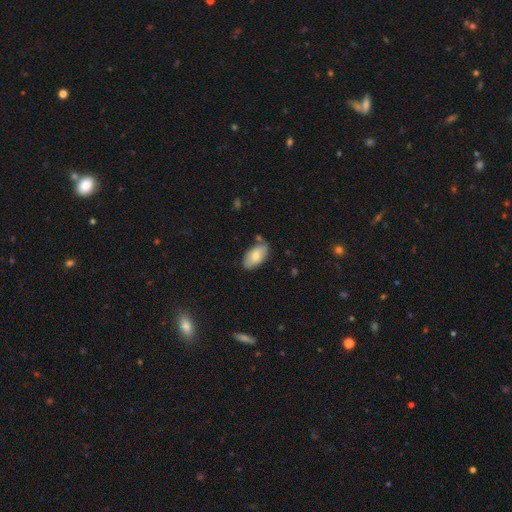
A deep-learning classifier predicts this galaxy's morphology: Smooth or featured? smooth (77%)
How rounded? in between (95%)
Merging? none (70%)